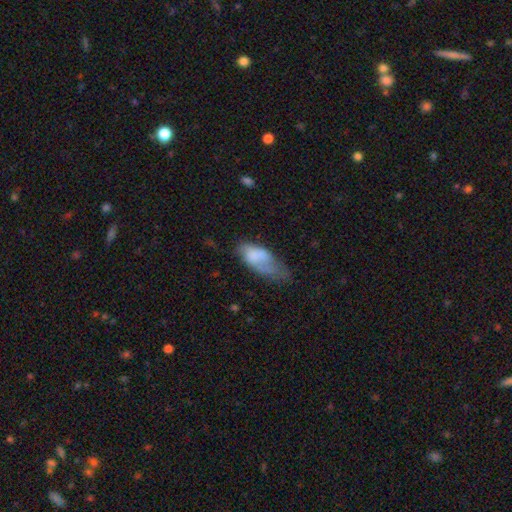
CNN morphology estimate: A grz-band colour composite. It shows a smooth galaxy with no disk features (65%) that is in between round and cigar-shaped (83%). Merging: major disturbance (34%).